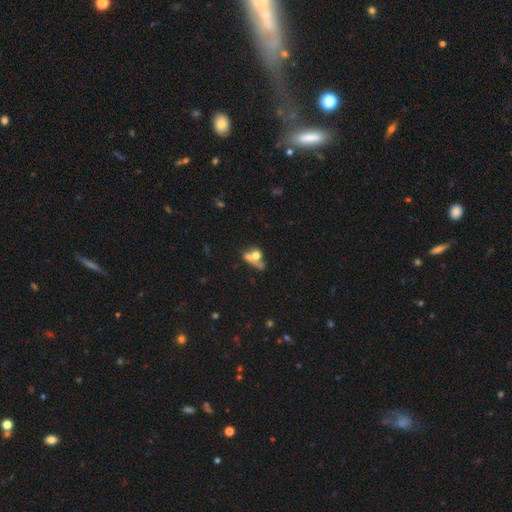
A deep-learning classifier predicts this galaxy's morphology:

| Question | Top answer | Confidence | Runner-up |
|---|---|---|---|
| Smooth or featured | smooth | 58% | featured or disk (30%) |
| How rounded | in between | 49% | round (44%) |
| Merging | merger | 58% | none (21%) |